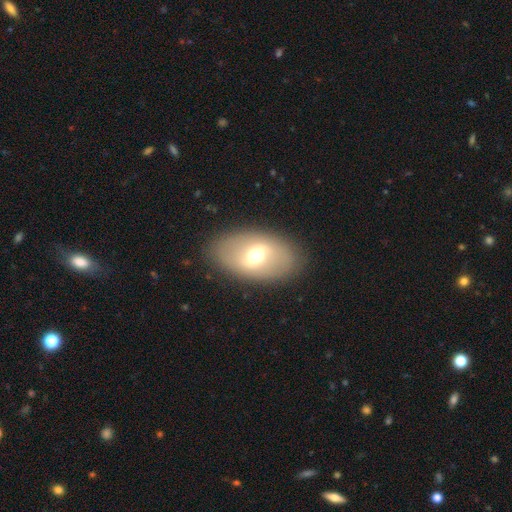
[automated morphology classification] This appears to be a featured or disk galaxy (48%). Merging: none (85%).